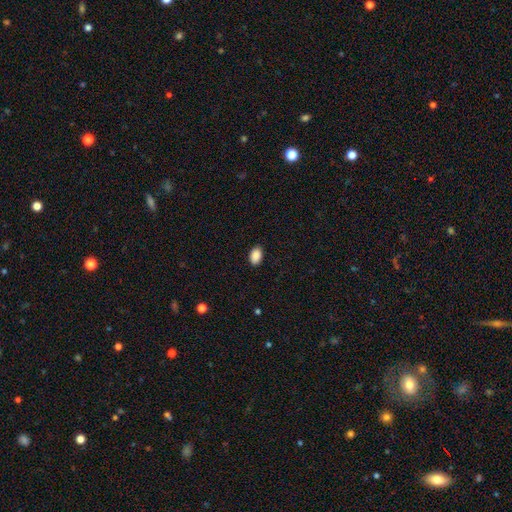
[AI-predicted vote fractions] Overall: smooth (90%). How rounded: in between (89%). Merging: none (89%).